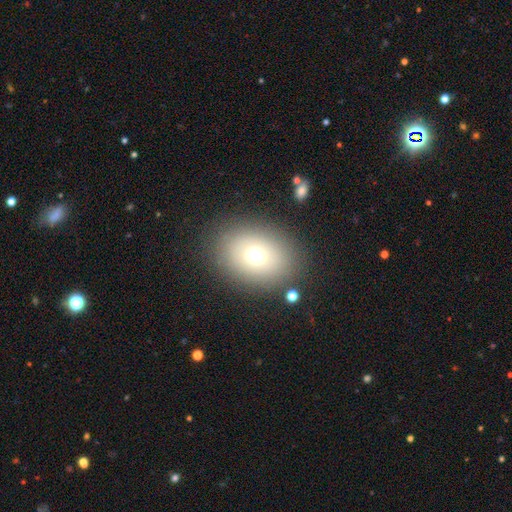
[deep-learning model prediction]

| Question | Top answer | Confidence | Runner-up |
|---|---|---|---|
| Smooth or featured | smooth | 71% | featured or disk (16%) |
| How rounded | in between | 65% | round (34%) |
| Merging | none | 85% | minor disturbance (9%) |